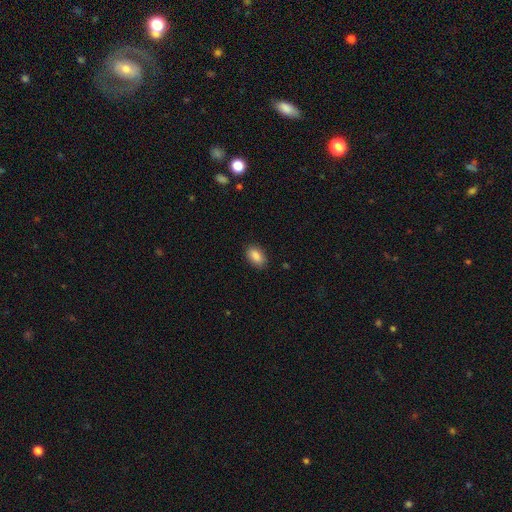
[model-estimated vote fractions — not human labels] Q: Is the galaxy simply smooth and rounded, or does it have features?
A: smooth — 88%.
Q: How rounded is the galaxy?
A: in between — 90%.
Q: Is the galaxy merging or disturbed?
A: none — 87%.